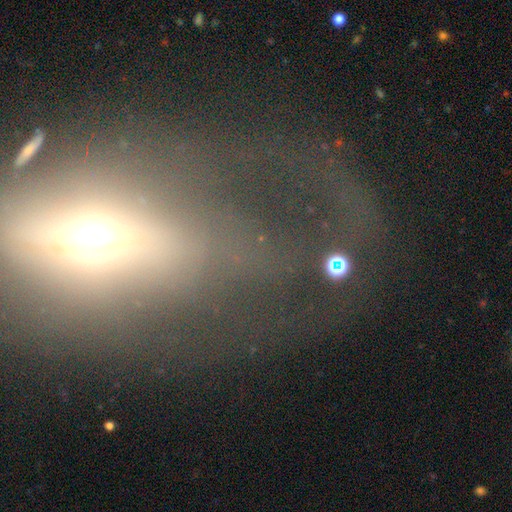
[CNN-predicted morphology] This appears to be a featured or disk galaxy (50%). Merging: major disturbance (45%).